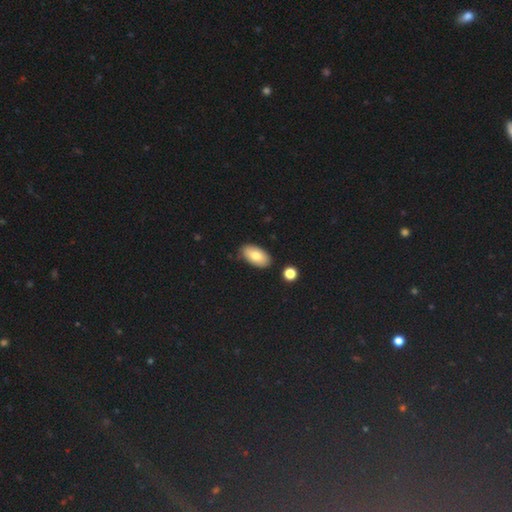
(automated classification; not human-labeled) Smooth or featured? Predicted: smooth (p=0.77). How rounded? Predicted: in between (p=0.94). Merging? Predicted: none (p=0.85).